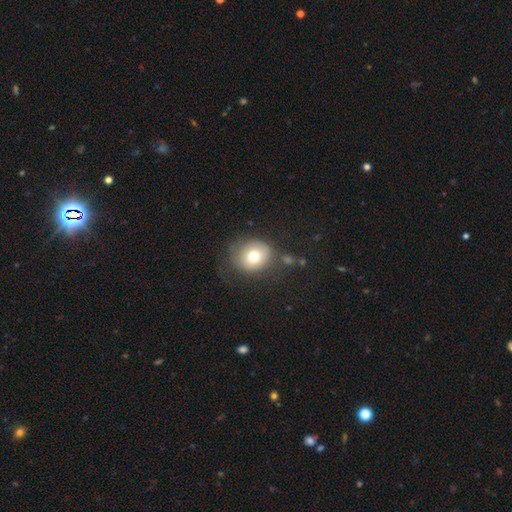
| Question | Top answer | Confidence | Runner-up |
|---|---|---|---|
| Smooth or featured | smooth | 67% | featured or disk (28%) |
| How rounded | round | 81% | in between (19%) |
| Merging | none | 46% | minor disturbance (41%) |